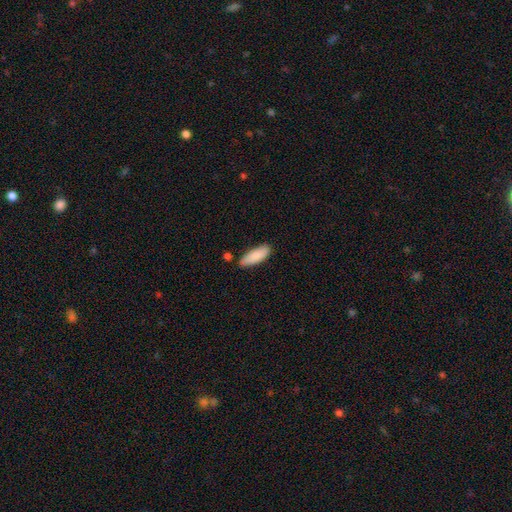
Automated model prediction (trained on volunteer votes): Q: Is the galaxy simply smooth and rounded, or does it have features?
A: smooth — 87%.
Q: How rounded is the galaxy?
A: in between — 61%.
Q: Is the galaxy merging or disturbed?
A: none — 77%.